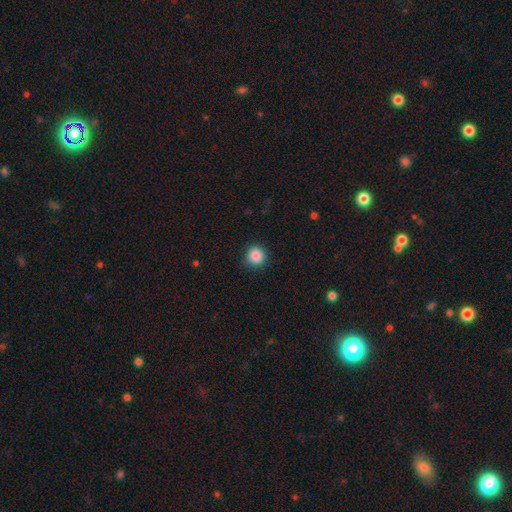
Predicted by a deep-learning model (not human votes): The model was most divided on "smooth or featured": smooth: 87%, star or artifact: 10%, featured or disk: 3%. More confident: how rounded — round (94%); merging — none (88%).